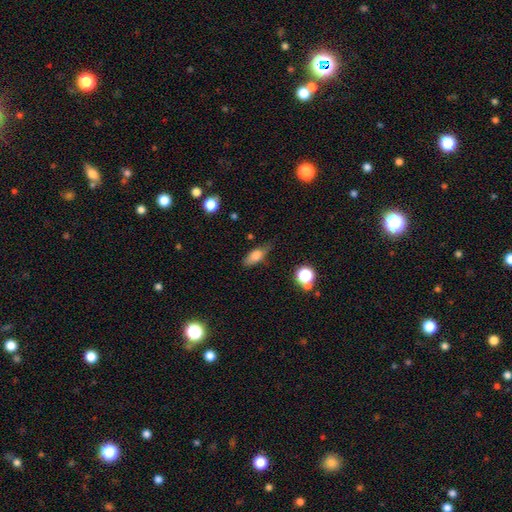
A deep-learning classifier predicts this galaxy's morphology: Smooth or featured? Predicted: smooth (p=0.73). How rounded? Predicted: in between (p=0.73). Merging? Predicted: none (p=0.64).